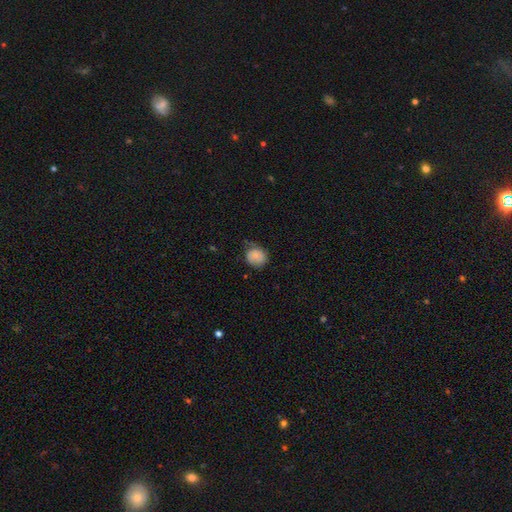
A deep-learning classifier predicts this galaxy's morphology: This appears to be a smooth galaxy with no disk features (79%) that is round (72%). Merging: none (54%).